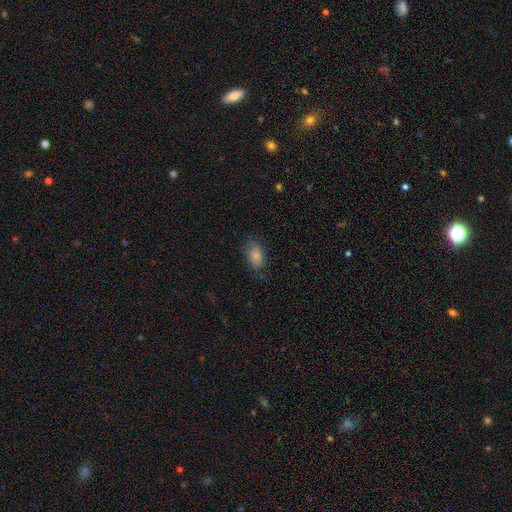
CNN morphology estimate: The model was most divided on "merging": none: 77%, minor disturbance: 17%, major disturbance: 5%, merger: 1%. More confident: how rounded — in between (91%); smooth or featured — smooth (84%).